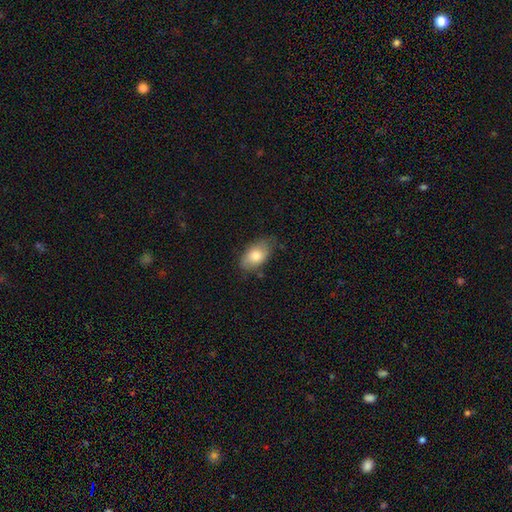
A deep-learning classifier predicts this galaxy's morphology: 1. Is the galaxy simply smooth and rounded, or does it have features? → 79% smooth, 14% featured or disk, 7% star or artifact.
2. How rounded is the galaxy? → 92% in between, 6% round, 2% cigar-shaped.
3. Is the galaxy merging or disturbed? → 71% none, 23% minor disturbance, 4% major disturbance, 2% merger.